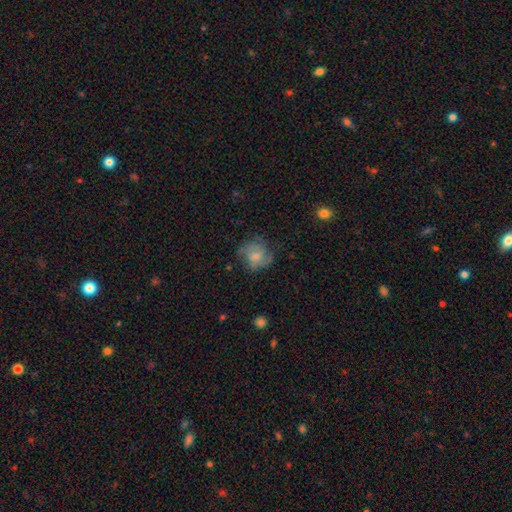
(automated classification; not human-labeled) This appears to be a smooth galaxy with no disk features (52%) that is round (76%). Merging: none (59%).